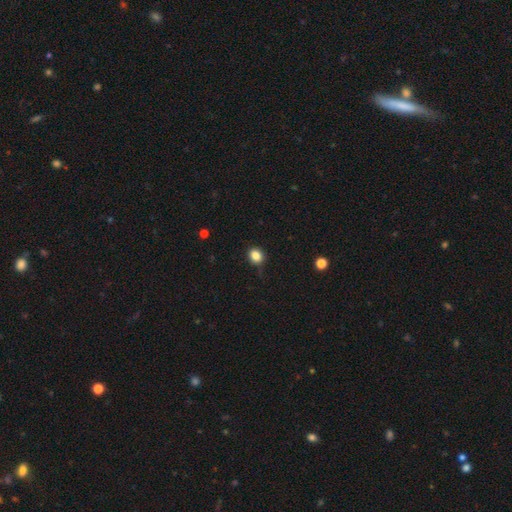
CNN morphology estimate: Q: Smooth or featured?
A: smooth (84%); runner-up: star or artifact (11%)
Q: How rounded?
A: round (68%); runner-up: in between (31%)
Q: Merging?
A: none (83%); runner-up: minor disturbance (13%)